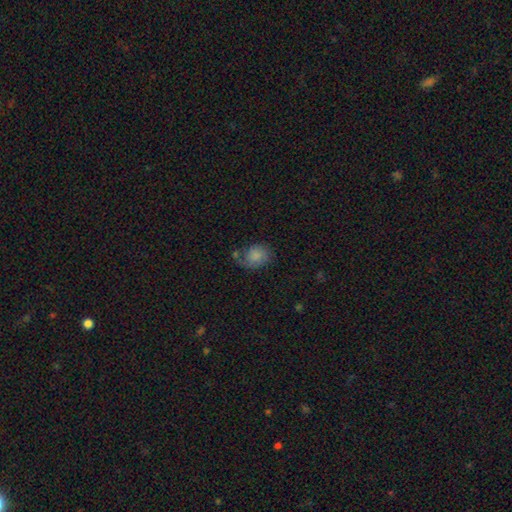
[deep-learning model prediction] smooth_or_featured: smooth (p=0.70) [alt: featured or disk p=0.21]
how_rounded: round (p=0.52) [alt: in between p=0.47]
merging: none (p=0.46) [alt: minor disturbance p=0.27]